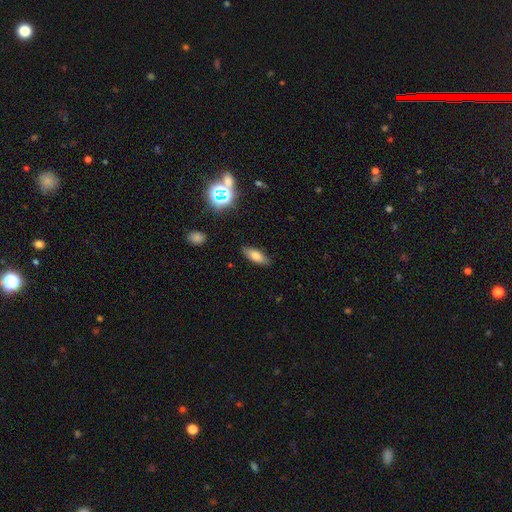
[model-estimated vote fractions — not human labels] A smooth galaxy with no disk features (73%) that is in between round and cigar-shaped (72%). Merging: none (87%).